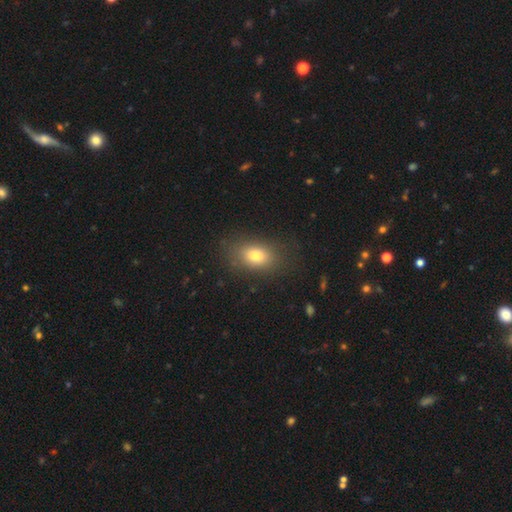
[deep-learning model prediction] The model was most divided on "how rounded": in between: 80%, round: 18%, cigar-shaped: 2%. More confident: merging — none (81%); smooth or featured — smooth (78%).